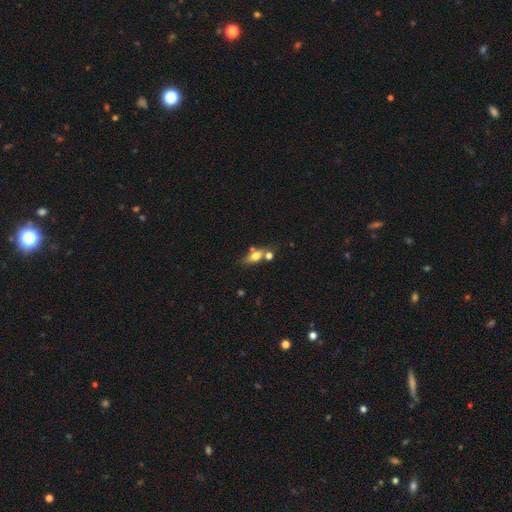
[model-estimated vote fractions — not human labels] Smooth or featured: smooth — 67% (featured or disk — 23%)
How rounded: in between — 71% (cigar-shaped — 15%)
Merging: none — 45% (merger — 33%)